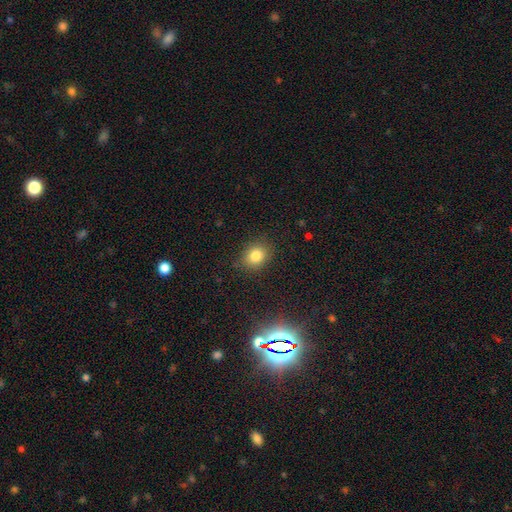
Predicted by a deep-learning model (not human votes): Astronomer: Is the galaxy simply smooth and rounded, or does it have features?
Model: smooth — 81%.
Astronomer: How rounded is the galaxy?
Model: round — 51% (runner-up: in between, 48%).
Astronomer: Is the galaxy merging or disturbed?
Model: none — 84%.